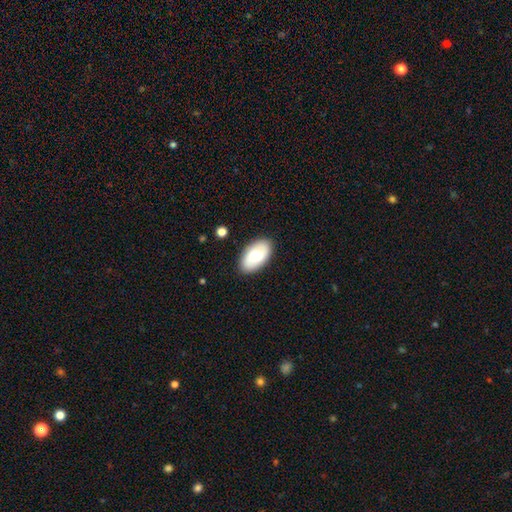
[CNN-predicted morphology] smooth-or-featured: smooth: 67% | featured or disk: 28% | star or artifact: 6%
  how-rounded: in between: 95% | round: 4% | cigar-shaped: 2%
  merging: none: 87% | minor disturbance: 9% | major disturbance: 2% | merger: 1%